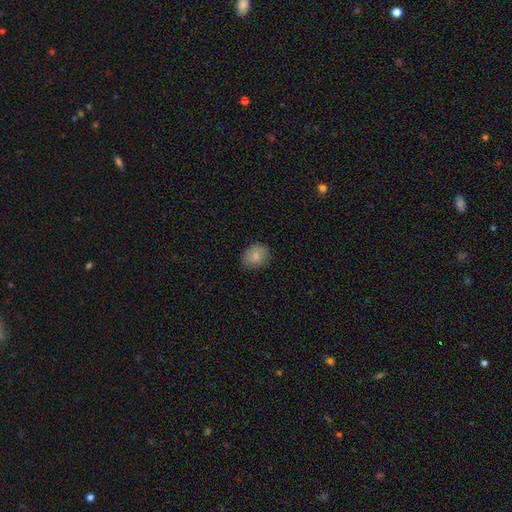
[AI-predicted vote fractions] Morphology: type=smooth (84%); roundness=round (57%); merging=none (81%).